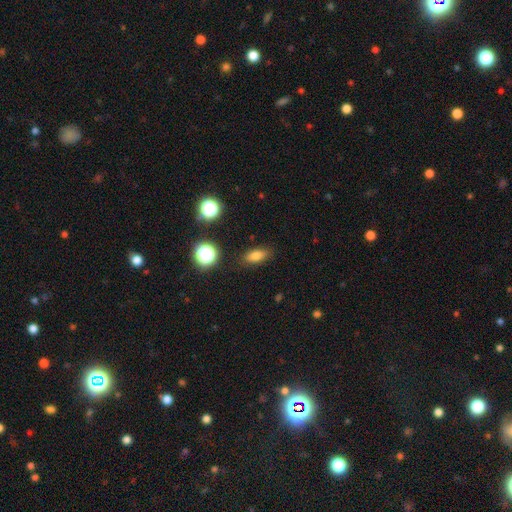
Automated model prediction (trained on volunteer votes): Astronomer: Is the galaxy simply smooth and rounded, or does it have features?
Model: smooth — 78%.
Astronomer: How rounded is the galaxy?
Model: in between — 78%.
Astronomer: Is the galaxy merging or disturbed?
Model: none — 86%.